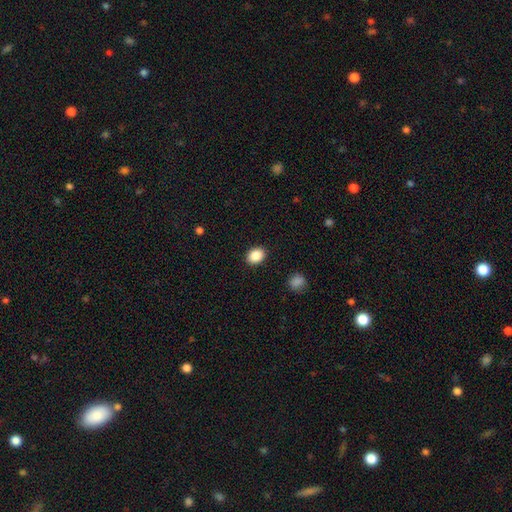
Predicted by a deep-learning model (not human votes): Overall: smooth (88%). How rounded: in between (63%; round 36%). Merging: none (90%).